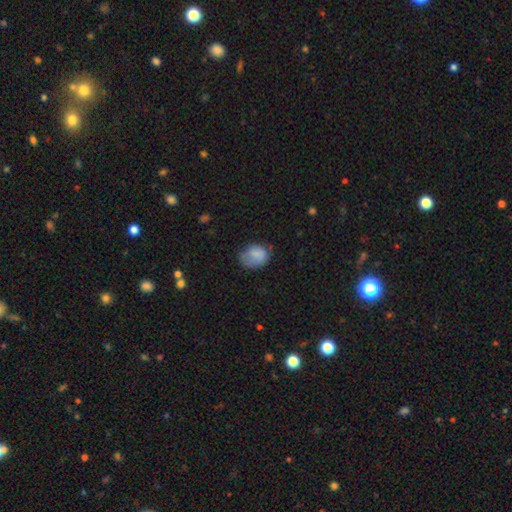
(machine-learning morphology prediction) smooth-or-featured: smooth: 81% | featured or disk: 11% | star or artifact: 8%
  how-rounded: in between: 57% | round: 42% | cigar-shaped: 1%
  merging: none: 53% | minor disturbance: 31% | major disturbance: 14% | merger: 2%